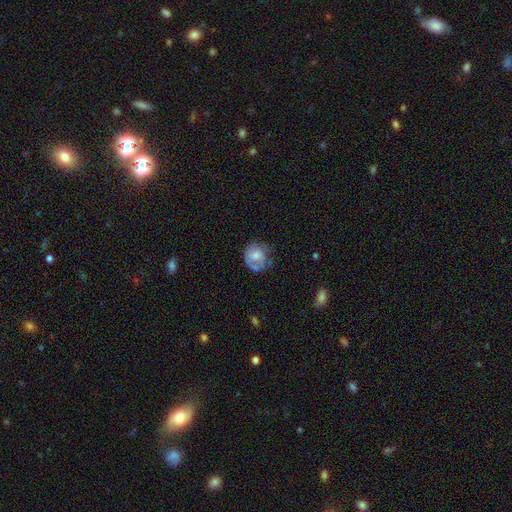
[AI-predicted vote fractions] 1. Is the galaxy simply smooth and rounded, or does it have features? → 55% smooth, 37% featured or disk, 8% star or artifact.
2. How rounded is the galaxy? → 72% round, 27% in between, 1% cigar-shaped.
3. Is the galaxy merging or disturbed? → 44% none, 31% minor disturbance, 20% major disturbance, 5% merger.